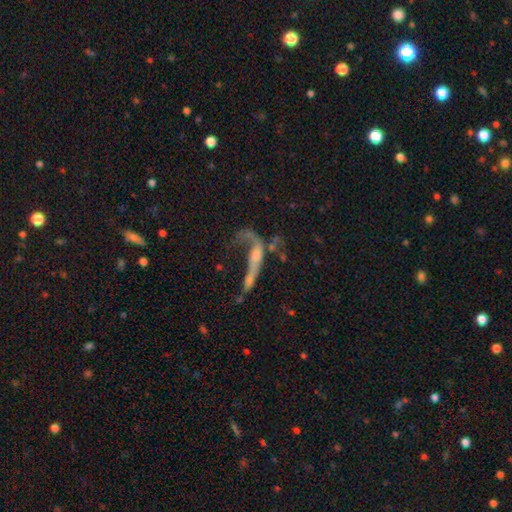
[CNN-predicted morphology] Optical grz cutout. It shows a featured or disk galaxy (63%). Merging: major disturbance (46%).